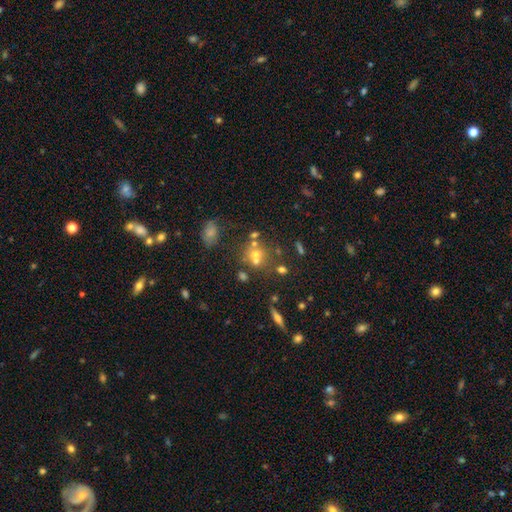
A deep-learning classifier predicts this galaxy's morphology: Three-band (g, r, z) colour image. It shows a smooth galaxy with no disk features (51%) that is round (73%). Merging: none (47%).